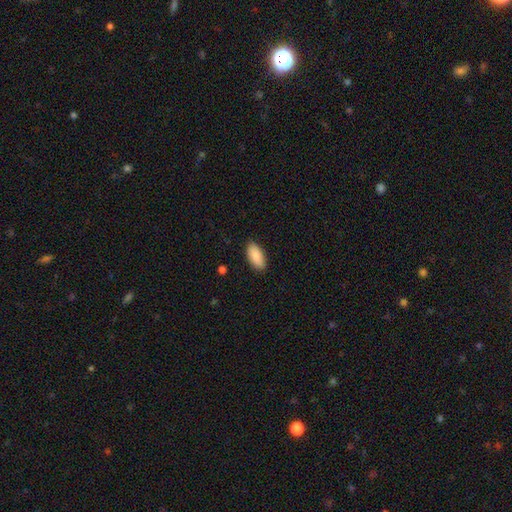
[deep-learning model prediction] This appears to be a smooth galaxy with no disk features (88%) that is in between round and cigar-shaped (92%). Merging: none (87%).